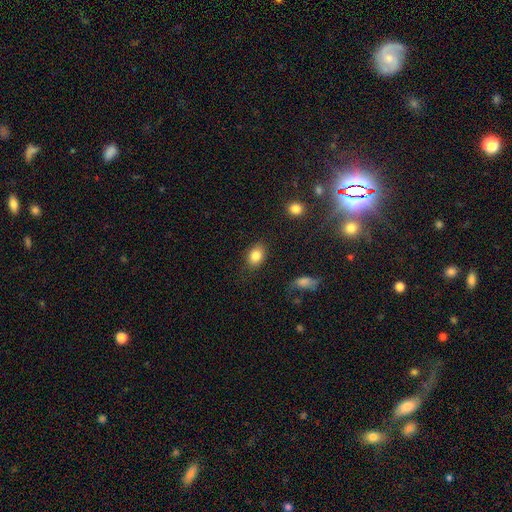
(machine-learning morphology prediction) This appears to be a smooth galaxy with no disk features (84%) that is in between round and cigar-shaped (73%). Merging: none (83%).